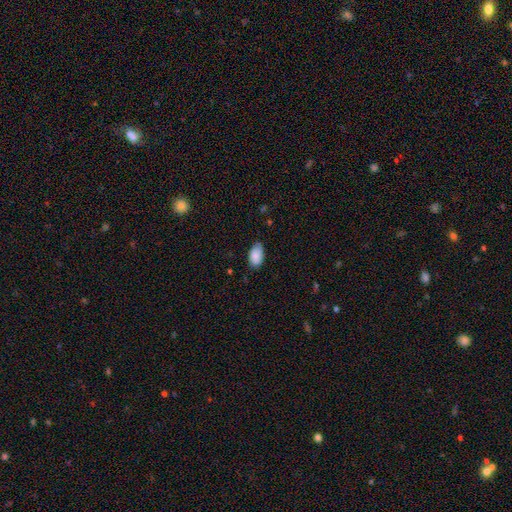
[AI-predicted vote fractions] Smooth or featured: smooth — 85% (featured or disk — 8%)
How rounded: in between — 94% (round — 4%)
Merging: none — 71% (minor disturbance — 25%)